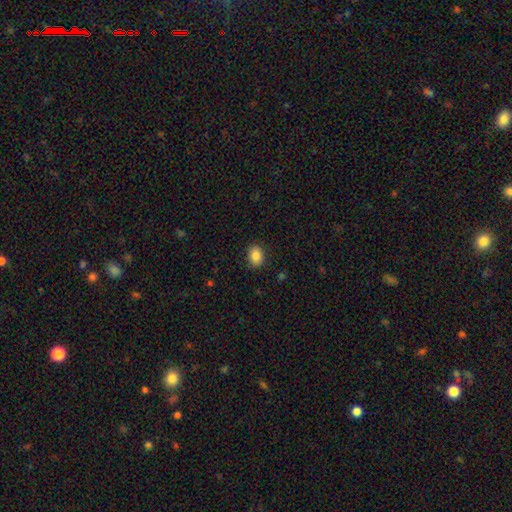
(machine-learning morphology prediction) Smooth or featured? Predicted: smooth (p=0.87). How rounded? Predicted: in between (p=0.64). Merging? Predicted: none (p=0.87).